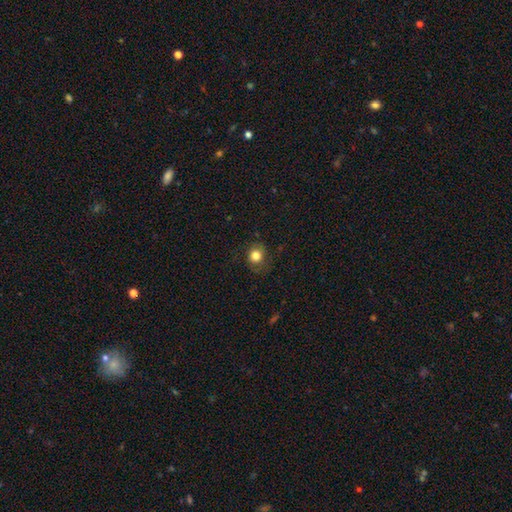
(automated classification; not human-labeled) Morphology: type=smooth (81%); roundness=round (75%); merging=none (75%).